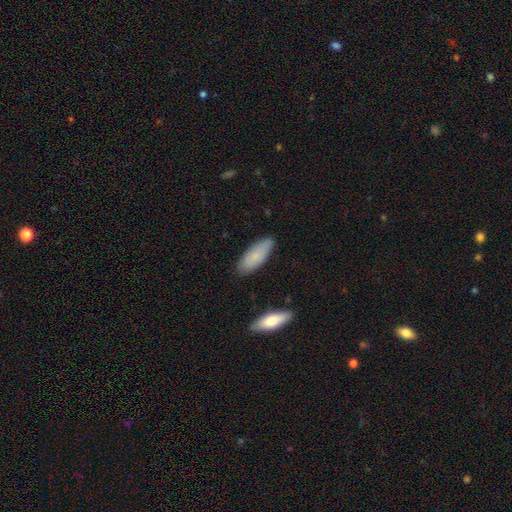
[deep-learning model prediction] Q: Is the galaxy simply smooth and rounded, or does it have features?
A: smooth — 83%.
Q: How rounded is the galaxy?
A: in between — 74%.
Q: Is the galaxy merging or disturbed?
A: none — 83%.